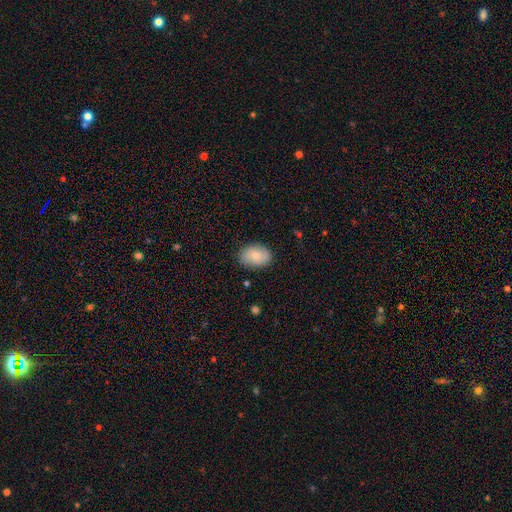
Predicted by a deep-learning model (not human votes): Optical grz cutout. It shows a smooth galaxy with no disk features (77%) that is in between round and cigar-shaped (81%). Merging: none (84%).